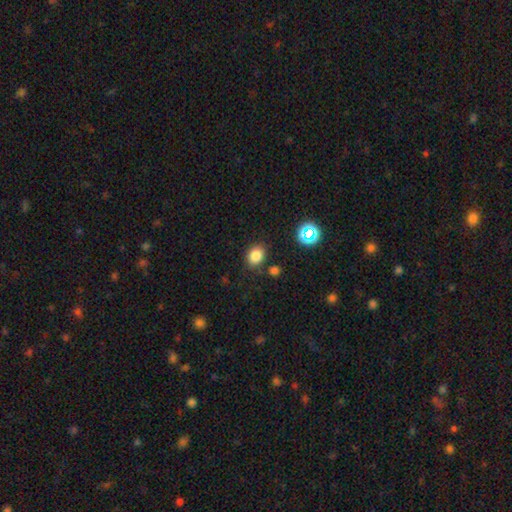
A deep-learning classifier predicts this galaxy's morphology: This is clearly a smooth galaxy (81%). How rounded: possibly round (54%). Merging: clearly none (80%).